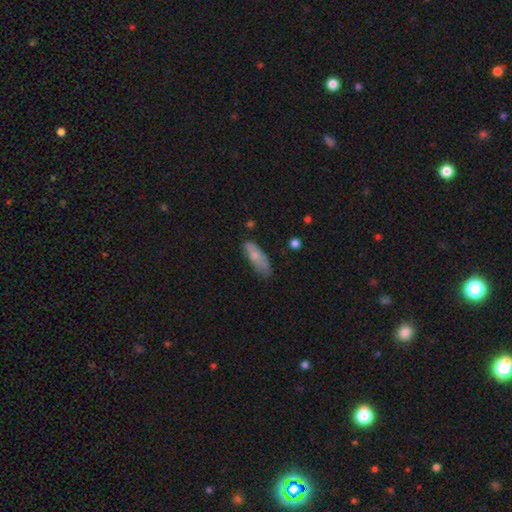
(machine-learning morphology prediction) A smooth galaxy with no disk features (74%) that is in between round and cigar-shaped (62%). Merging: none (59%).